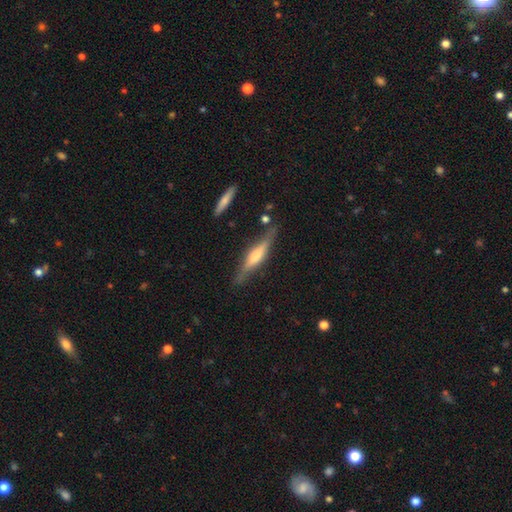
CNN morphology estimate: A featured or disk galaxy (67%) viewed edge-on (96%) with a rounded central bulge (65%).

Vote fractions:
- Smooth or featured? featured or disk: 67% / smooth: 27% / star or artifact: 6%
- Edge-on disk? yes: 96% / no: 4%
- Edge-on bulge? rounded: 65% / boxy: 27% / none: 8%
- Merging? none: 80% / minor disturbance: 14% / major disturbance: 3% / merger: 3%